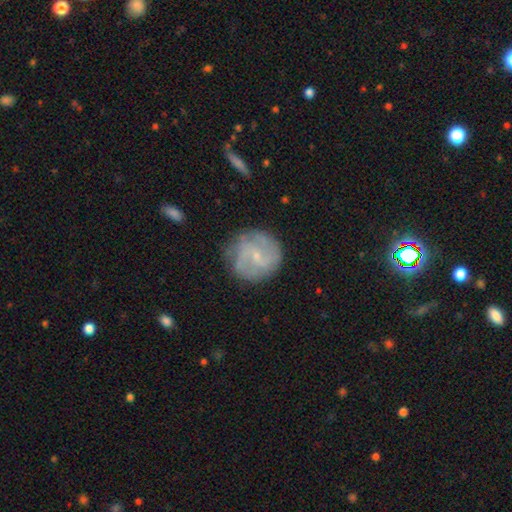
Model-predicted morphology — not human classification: featured or disk 70%, smooth 23%, star or artifact 7%. Down the decision tree: edge-on disk — no (97%); bar — no (47%); spiral arms — yes (88%); spiral arm count — 2 (47%); spiral winding — medium (44%); bulge size — small (79%); merging — none (76%).